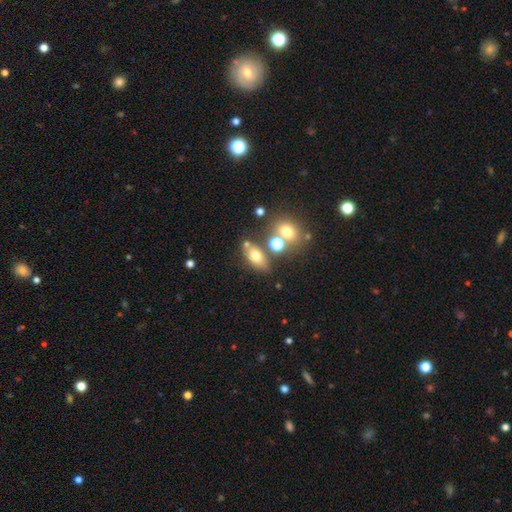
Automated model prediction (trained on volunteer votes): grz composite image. It shows a smooth galaxy with no disk features (67%) that is in between round and cigar-shaped (72%). Merging: none (62%).